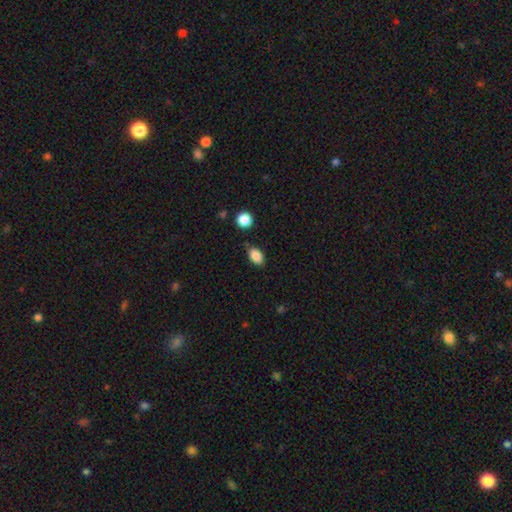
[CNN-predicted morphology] Overall: smooth (87%). How rounded: in between (88%). Merging: none (77%).